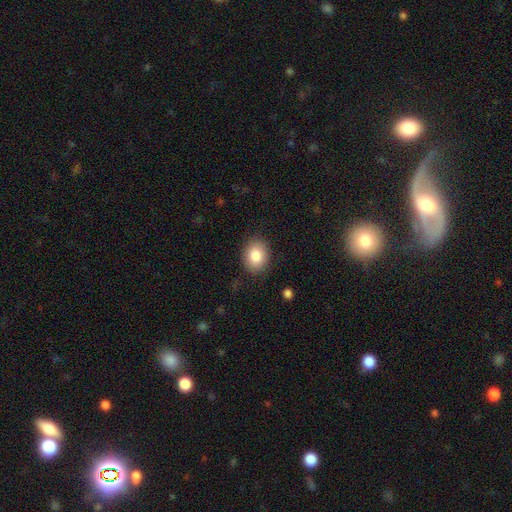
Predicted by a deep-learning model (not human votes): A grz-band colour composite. It shows a smooth galaxy with no disk features (84%) that is in between round and cigar-shaped (58%). Merging: none (86%).